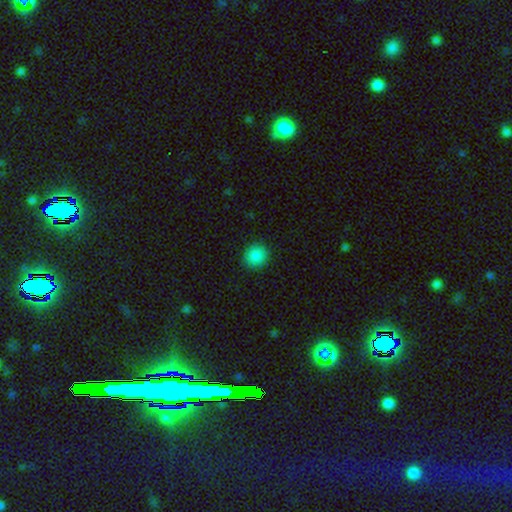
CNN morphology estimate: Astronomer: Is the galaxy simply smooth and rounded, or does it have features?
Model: smooth — 88%.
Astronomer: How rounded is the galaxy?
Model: round — 88%.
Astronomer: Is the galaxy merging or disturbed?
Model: none — 91%.